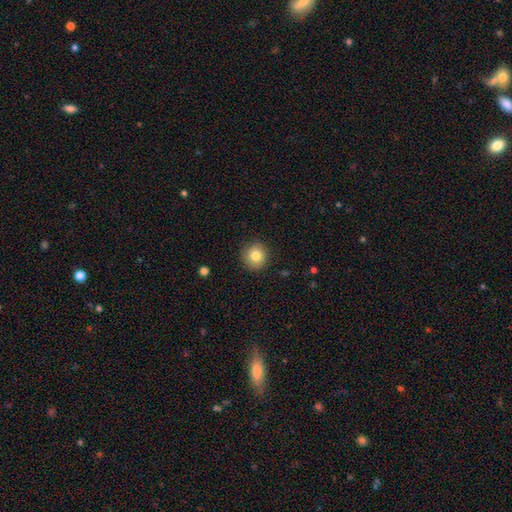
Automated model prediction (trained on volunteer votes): This is clearly a smooth galaxy (82%). How rounded: clearly round (92%). Merging: clearly none (89%).